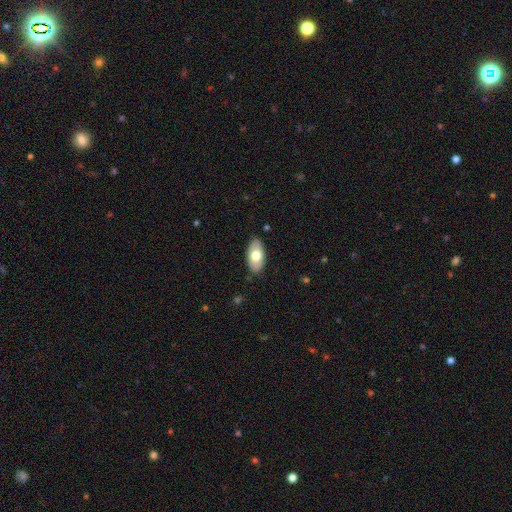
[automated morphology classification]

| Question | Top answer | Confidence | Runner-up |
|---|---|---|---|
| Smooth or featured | smooth | 66% | featured or disk (28%) |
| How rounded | in between | 95% | round (3%) |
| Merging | none | 86% | minor disturbance (11%) |